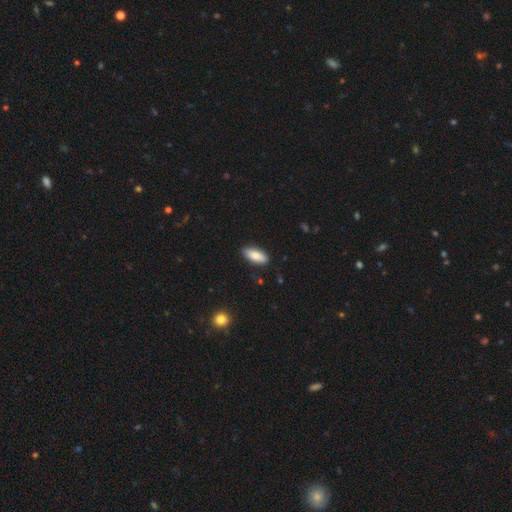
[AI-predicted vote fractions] This is clearly a smooth galaxy (86%). How rounded: clearly in between (83%). Merging: clearly none (87%).